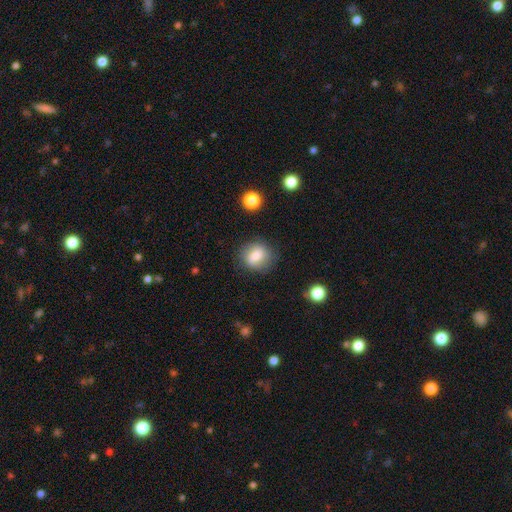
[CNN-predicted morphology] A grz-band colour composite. It shows a smooth galaxy with no disk features (73%) that is round (63%). Merging: none (76%).